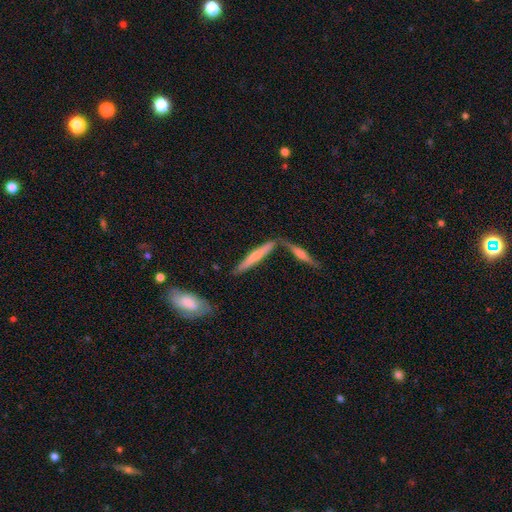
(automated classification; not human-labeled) A smooth galaxy with no disk features (48%). Merging: none (63%).